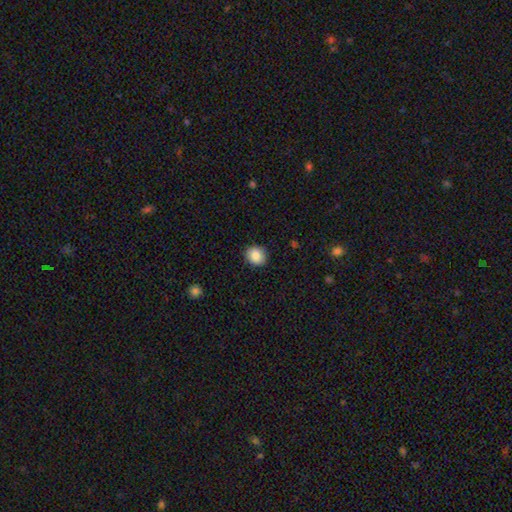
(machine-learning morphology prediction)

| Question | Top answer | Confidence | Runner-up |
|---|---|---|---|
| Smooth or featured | smooth | 87% | star or artifact (9%) |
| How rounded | round | 78% | in between (21%) |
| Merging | none | 88% | minor disturbance (9%) |